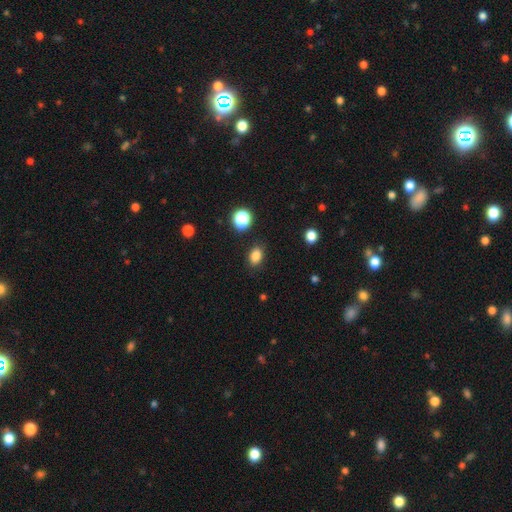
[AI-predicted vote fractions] Overall: smooth (84%). How rounded: in between (75%). Merging: none (86%).